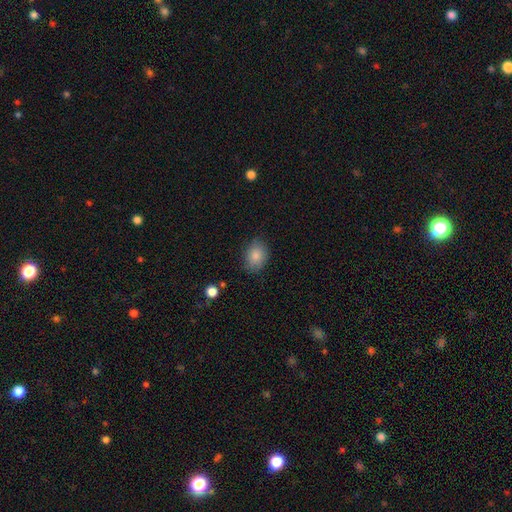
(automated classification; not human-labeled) This is clearly a smooth galaxy (85%). How rounded: likely in between (67%). Merging: clearly none (81%).